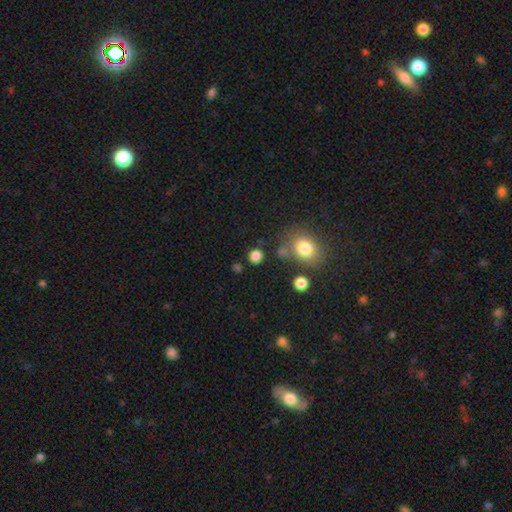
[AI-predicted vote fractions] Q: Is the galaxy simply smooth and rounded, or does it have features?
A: smooth — 82%.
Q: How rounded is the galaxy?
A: round — 82%.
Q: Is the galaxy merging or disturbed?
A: none — 80%.